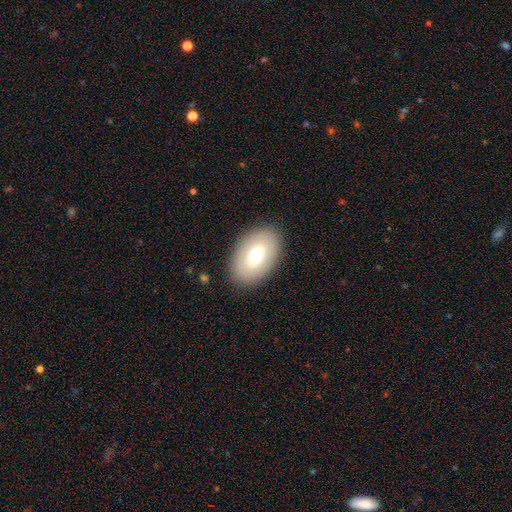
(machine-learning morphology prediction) Smooth or featured? Predicted: smooth (p=0.65). How rounded? Predicted: in between (p=0.91). Merging? Predicted: none (p=0.88).